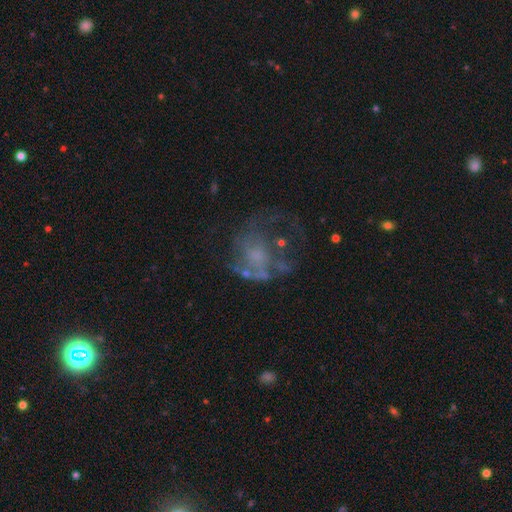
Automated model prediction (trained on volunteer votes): This is likely a featured or disk galaxy (64%). It is clearly not viewed edge-on (98%). Bar: clearly no (82%). Spiral arm pattern: likely no (63%). Central bulge: marginally none (43%). Merging: marginally major disturbance (44%).